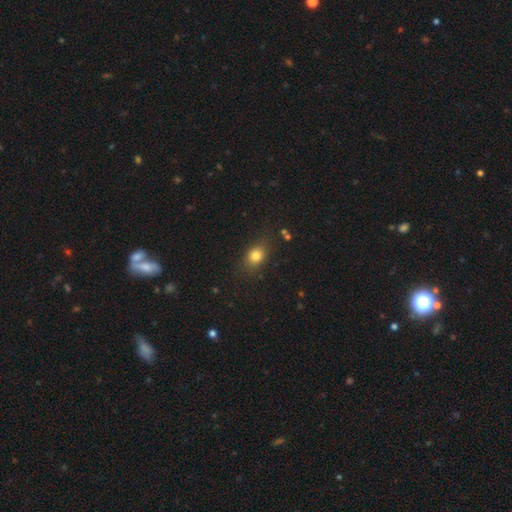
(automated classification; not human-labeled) Q: Smooth or featured?
A: smooth (80%); runner-up: star or artifact (12%)
Q: How rounded?
A: in between (59%); runner-up: round (39%)
Q: Merging?
A: none (80%); runner-up: minor disturbance (14%)